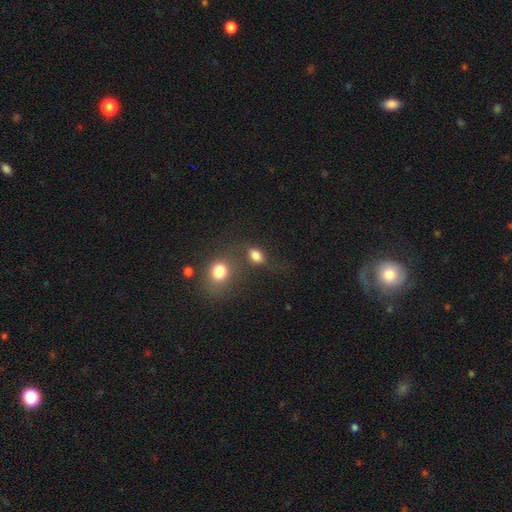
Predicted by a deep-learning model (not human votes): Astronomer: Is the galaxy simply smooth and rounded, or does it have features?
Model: smooth — 80%.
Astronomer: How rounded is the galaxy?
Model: in between — 73%.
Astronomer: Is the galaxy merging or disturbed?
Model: none — 48%.